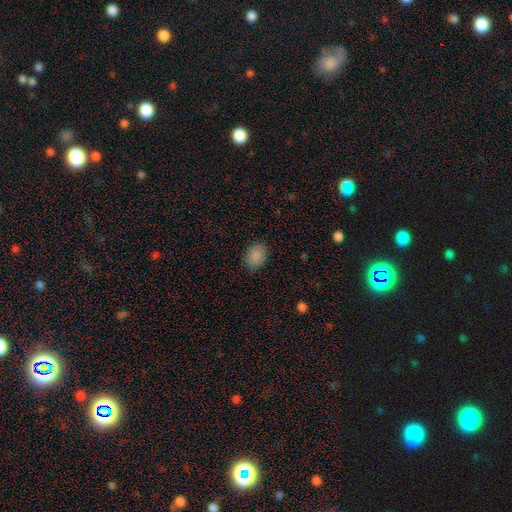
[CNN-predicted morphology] Overall: smooth (88%). How rounded: in between (69%; round 30%). Merging: none (86%).